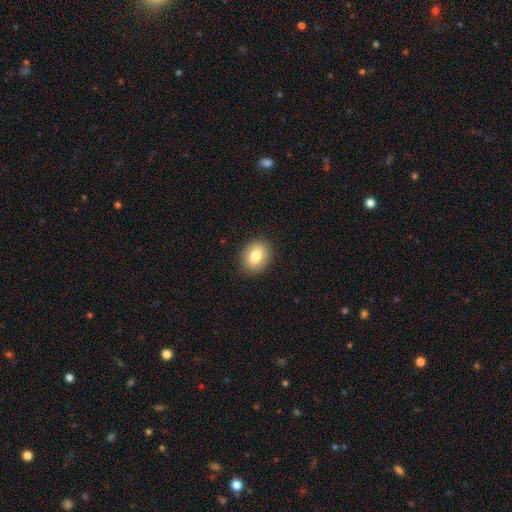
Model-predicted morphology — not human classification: Smooth or featured?
  - smooth: 83% *
  - featured or disk: 9%
  - star or artifact: 9%
How rounded?
  - in between: 55% *
  - round: 44%
  - cigar-shaped: 1%
Merging?
  - none: 89% *
  - minor disturbance: 8%
  - major disturbance: 2%
  - merger: 1%